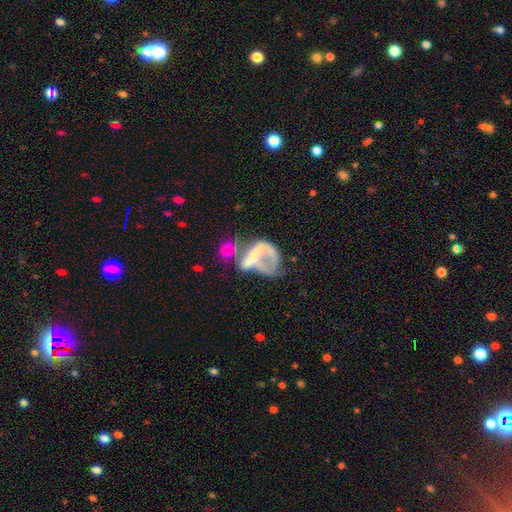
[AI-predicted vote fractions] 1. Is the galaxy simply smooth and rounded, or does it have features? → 53% featured or disk, 35% smooth, 12% star or artifact.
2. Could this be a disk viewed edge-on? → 96% no, 4% yes.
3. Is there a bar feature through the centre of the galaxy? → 71% no, 17% weak, 12% strong.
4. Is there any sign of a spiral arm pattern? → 78% no, 22% yes.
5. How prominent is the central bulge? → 53% none, 24% small, 17% moderate, 4% large, 2% dominant.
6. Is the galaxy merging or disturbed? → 42% major disturbance, 31% merger, 15% none, 12% minor disturbance.